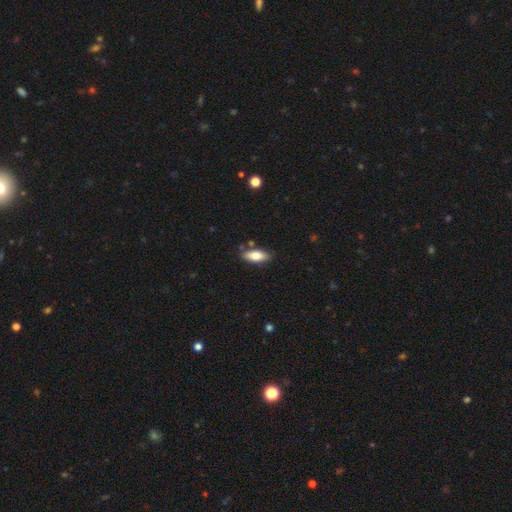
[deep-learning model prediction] smooth 77%, featured or disk 17%, star or artifact 6%. Down the decision tree: how rounded — in between (78%); merging — none (80%).